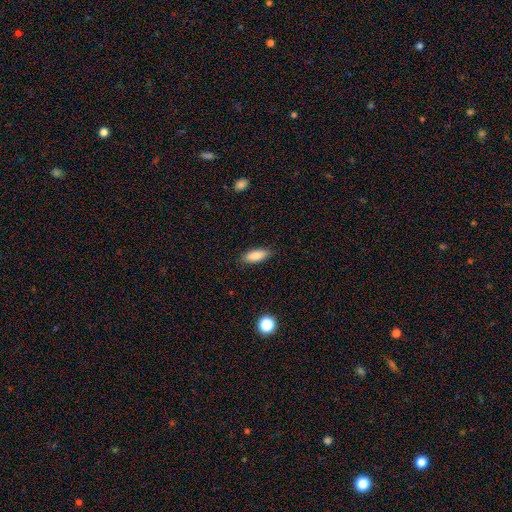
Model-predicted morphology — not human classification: The model was most divided on "how rounded": in between: 75%, cigar-shaped: 22%, round: 2%. More confident: smooth or featured — smooth (88%); merging — none (87%).